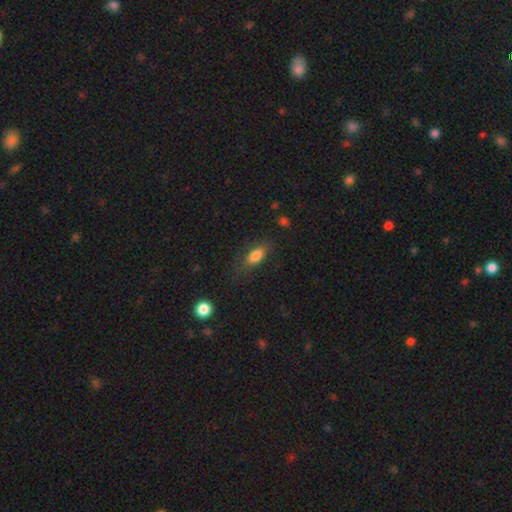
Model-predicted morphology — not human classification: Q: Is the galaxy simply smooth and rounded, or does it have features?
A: smooth — 79%.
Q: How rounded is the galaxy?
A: in between — 77%.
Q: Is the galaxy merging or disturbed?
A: none — 74%.